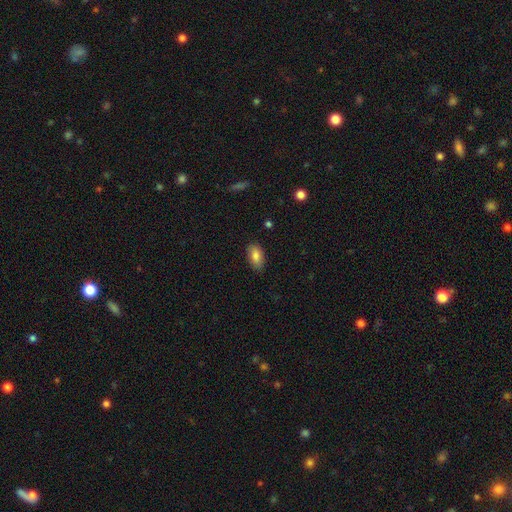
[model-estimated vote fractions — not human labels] A smooth galaxy with no disk features (83%) that is in between round and cigar-shaped (93%).

Vote fractions:
- Smooth or featured? smooth: 83% / featured or disk: 9% / star or artifact: 7%
- How rounded? in between: 93% / round: 4% / cigar-shaped: 3%
- Merging? none: 86% / minor disturbance: 11% / major disturbance: 2% / merger: 1%